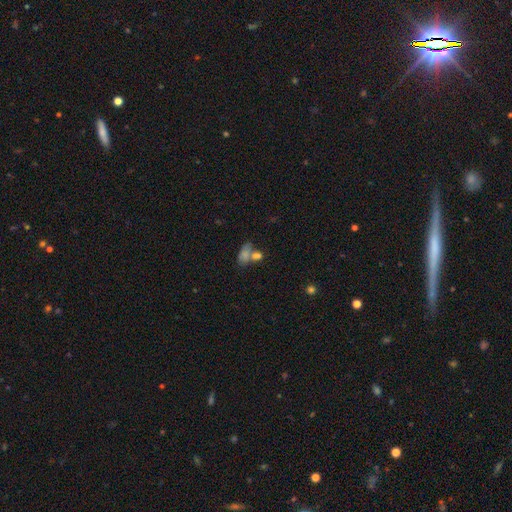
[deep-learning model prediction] smooth 72%, featured or disk 15%, star or artifact 12%. Down the decision tree: how rounded — in between (78%); merging — merger (52%).